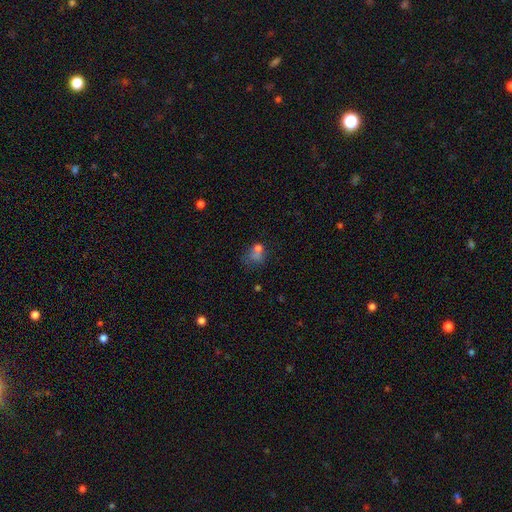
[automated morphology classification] A smooth galaxy with no disk features (53%) that is round (58%).

Vote fractions:
- Smooth or featured? smooth: 53% / star or artifact: 27% / featured or disk: 20%
- How rounded? round: 58% / in between: 40% / cigar-shaped: 2%
- Merging? none: 38% / merger: 24% / major disturbance: 20% / minor disturbance: 18%